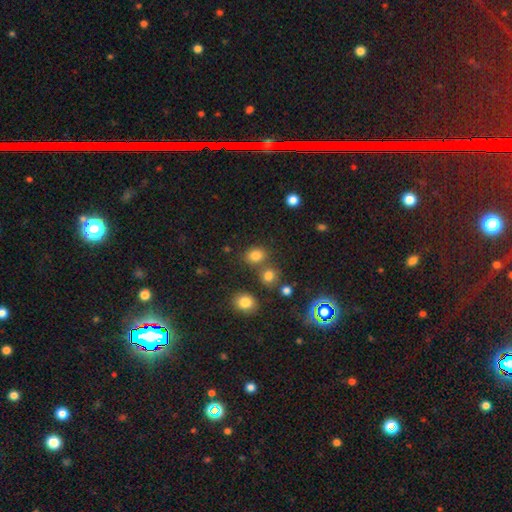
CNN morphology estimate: This is likely a smooth galaxy (78%). How rounded: possibly round (59%). Merging: likely none (68%).